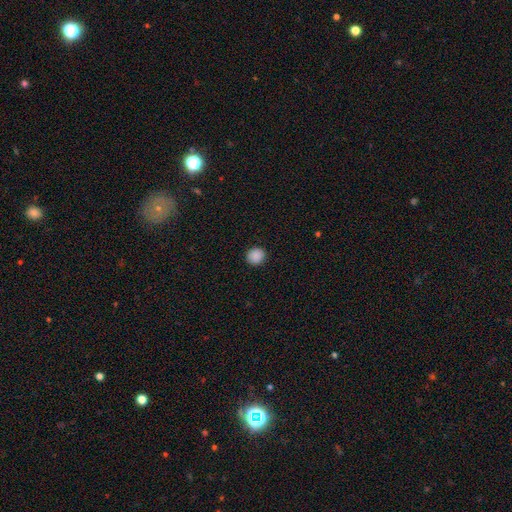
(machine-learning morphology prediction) Smooth or featured? smooth (89%)
How rounded? round (89%)
Merging? none (92%)